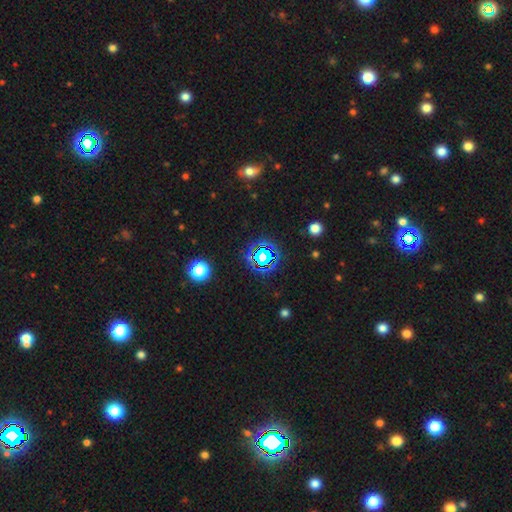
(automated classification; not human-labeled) Smooth or featured? Predicted: star or artifact (p=0.74).